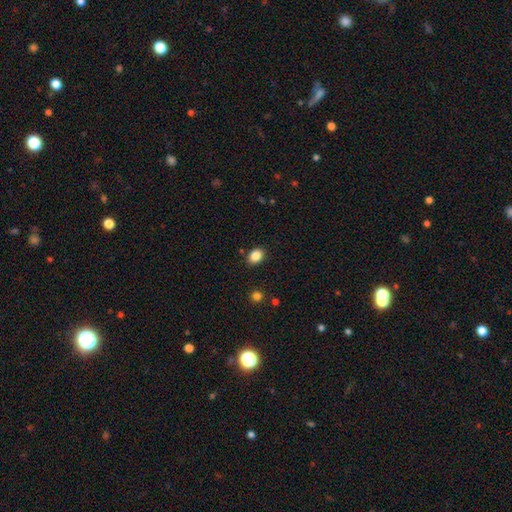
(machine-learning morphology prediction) Smooth or featured? smooth (86%)
How rounded? in between (69%)
Merging? none (86%)